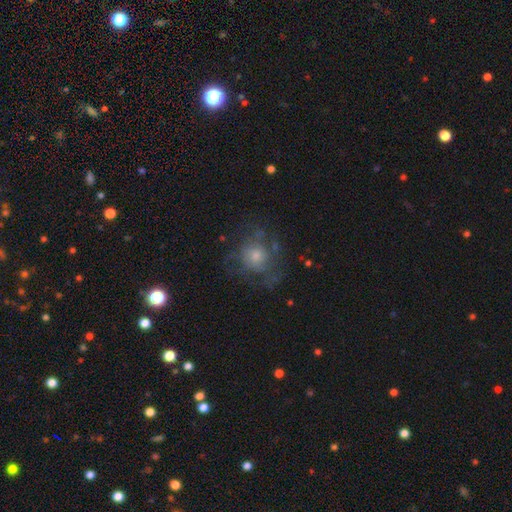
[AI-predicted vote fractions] Q: Smooth or featured?
A: featured or disk (45%); runner-up: smooth (40%)
Q: Merging?
A: none (63%); runner-up: major disturbance (18%)